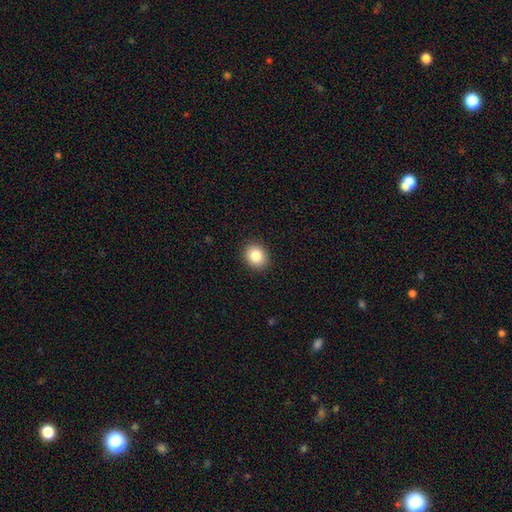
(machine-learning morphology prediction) smooth-or-featured: smooth: 85% | star or artifact: 9% | featured or disk: 6%
  how-rounded: round: 66% | in between: 33% | cigar-shaped: 1%
  merging: none: 91% | minor disturbance: 6% | major disturbance: 2% | merger: 1%